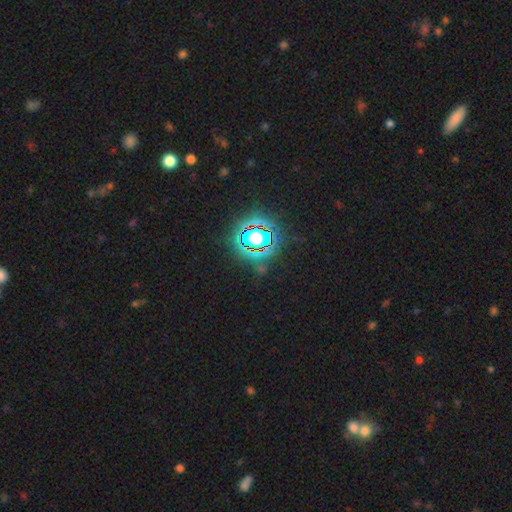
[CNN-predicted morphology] star or artifact 83%, smooth 11%, featured or disk 7%.